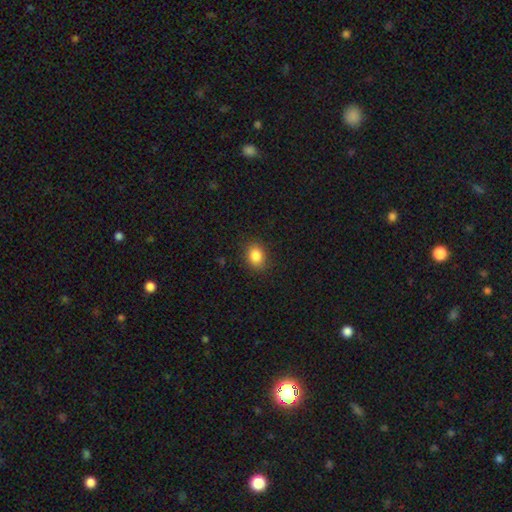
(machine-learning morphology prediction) The model was most divided on "how rounded": in between: 53%, round: 46%, cigar-shaped: 1%. More confident: merging — none (87%); smooth or featured — smooth (85%).